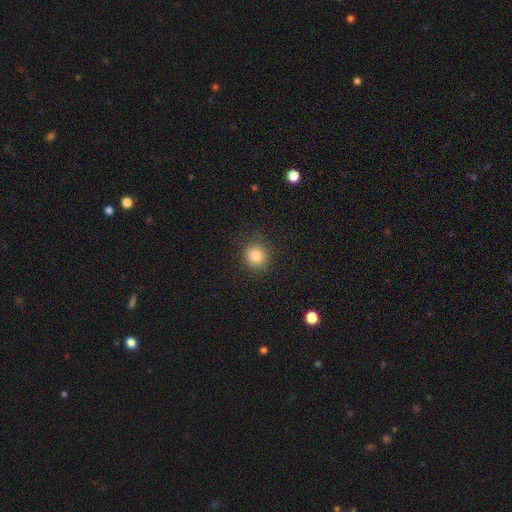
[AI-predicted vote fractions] Smooth or featured? smooth (82%)
How rounded? round (83%)
Merging? none (86%)